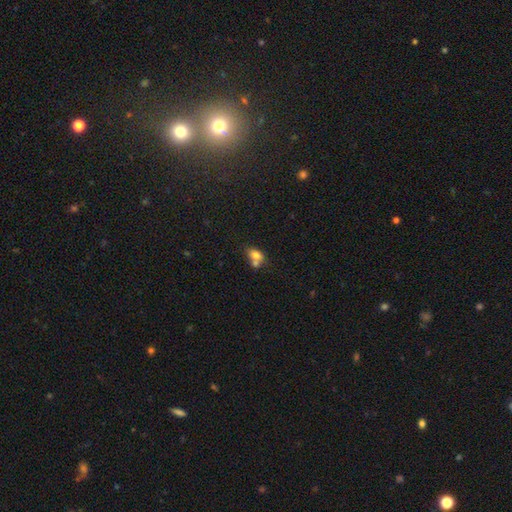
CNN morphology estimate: A smooth galaxy with no disk features (74%) that is in between round and cigar-shaped (75%). Merging: merger (52%).